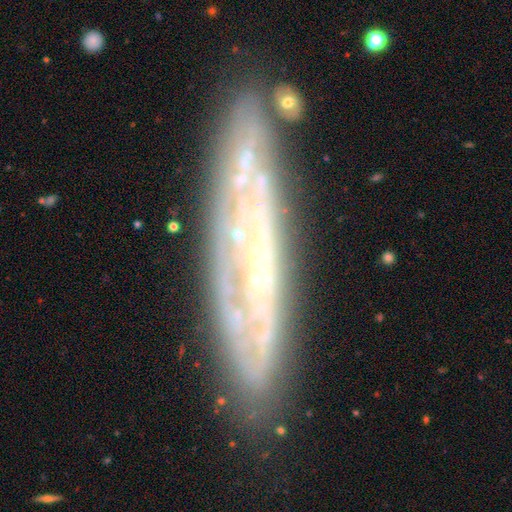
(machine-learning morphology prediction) Smooth or featured? featured or disk (74%)
Edge-on disk? no (53%)
Merging? none (76%)